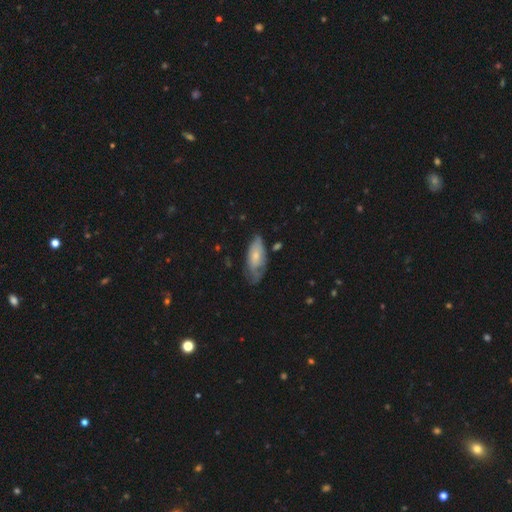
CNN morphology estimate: Smooth or featured? smooth (55%)
How rounded? in between (83%)
Merging? none (45%)